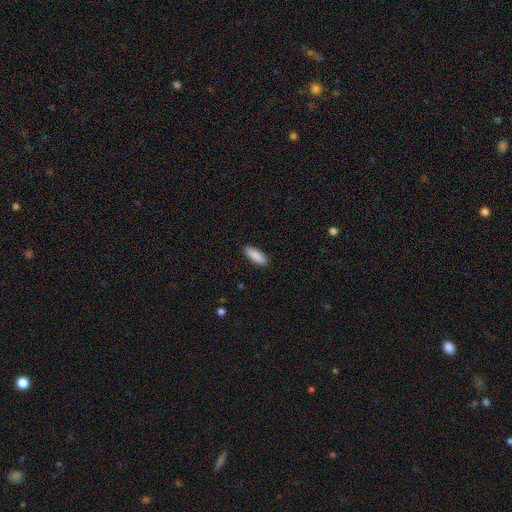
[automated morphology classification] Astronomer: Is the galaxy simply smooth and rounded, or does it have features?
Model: smooth — 90%.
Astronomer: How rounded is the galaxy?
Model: in between — 70%.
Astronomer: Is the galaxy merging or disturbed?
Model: none — 90%.